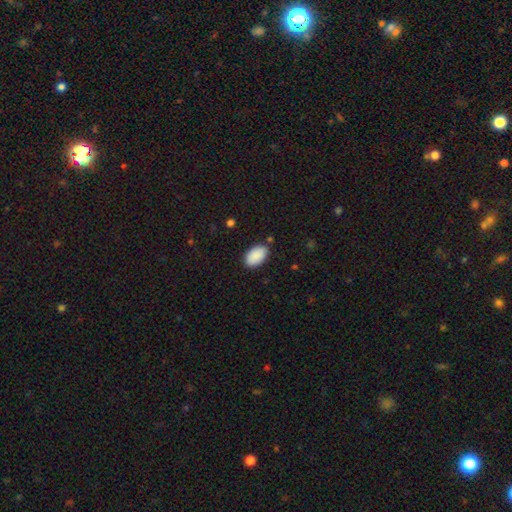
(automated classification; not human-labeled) Morphology: type=smooth (90%); roundness=in between (95%); merging=none (84%).